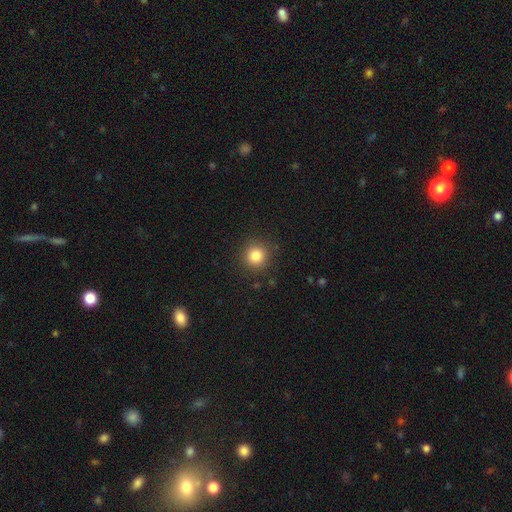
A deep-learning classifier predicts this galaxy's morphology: type=smooth (84%); roundness=round (93%); merging=none (89%).